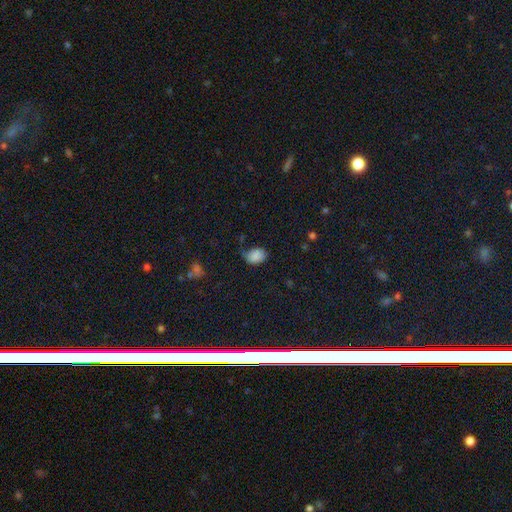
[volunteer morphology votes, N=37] Smooth or featured? smooth (92%)
How rounded? in between (76%)
Merging? none (33%, tied with minor disturbance and major disturbance)